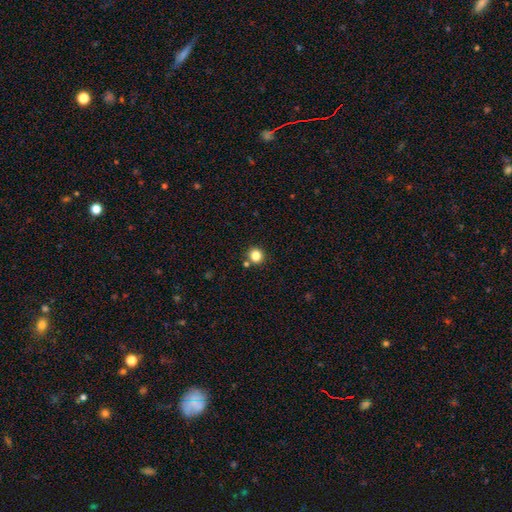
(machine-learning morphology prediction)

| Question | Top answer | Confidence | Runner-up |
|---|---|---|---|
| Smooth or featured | smooth | 83% | star or artifact (12%) |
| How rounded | round | 91% | in between (8%) |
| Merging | none | 82% | merger (8%) |